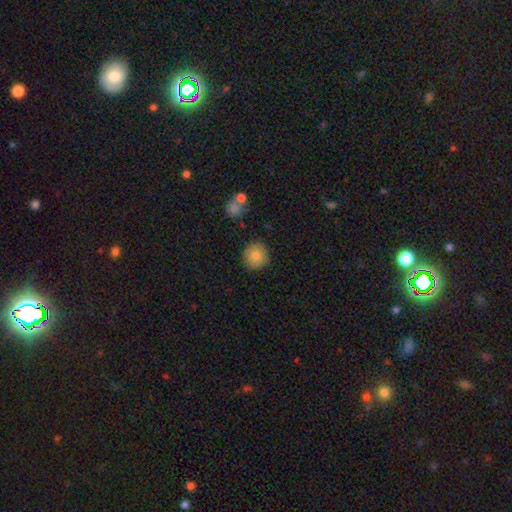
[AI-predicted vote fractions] Q: Smooth or featured?
A: smooth (83%); runner-up: featured or disk (9%)
Q: How rounded?
A: round (93%); runner-up: in between (6%)
Q: Merging?
A: none (88%); runner-up: minor disturbance (8%)